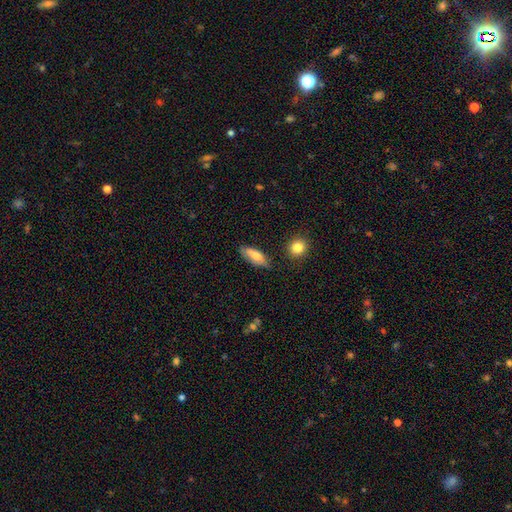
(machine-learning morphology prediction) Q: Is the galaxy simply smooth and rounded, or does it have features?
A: smooth — 66%.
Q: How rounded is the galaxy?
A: in between — 73%.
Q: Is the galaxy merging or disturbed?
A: none — 71%.